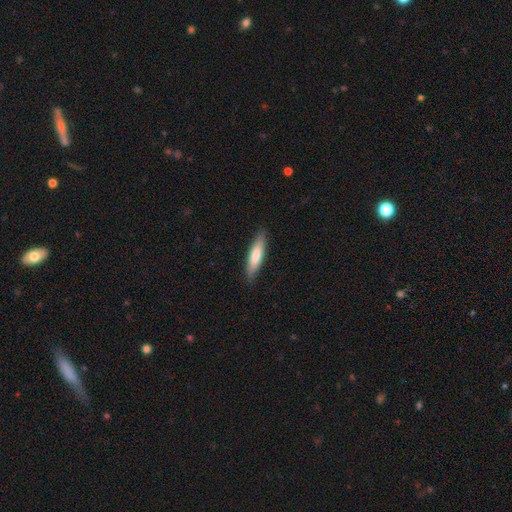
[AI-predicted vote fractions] Smooth or featured?
  - smooth: 73% *
  - featured or disk: 21%
  - star or artifact: 5%
How rounded?
  - cigar-shaped: 75% *
  - in between: 24%
  - round: 1%
Merging?
  - none: 87% *
  - minor disturbance: 10%
  - major disturbance: 2%
  - merger: 1%